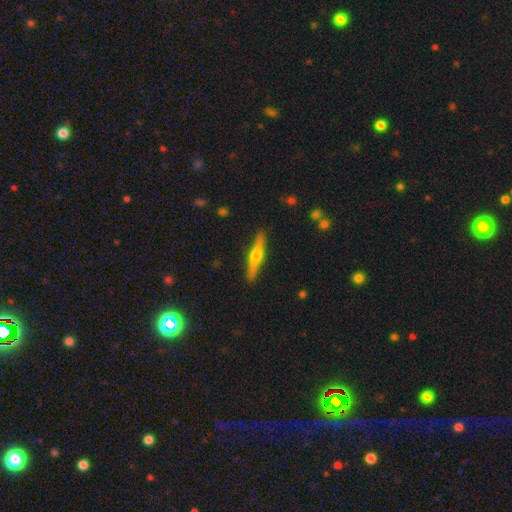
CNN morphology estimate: Overall: featured or disk (60%; smooth 34%). Edge-on disk: yes (97%). Edge-on bulge: rounded (92%). Merging: none (90%).